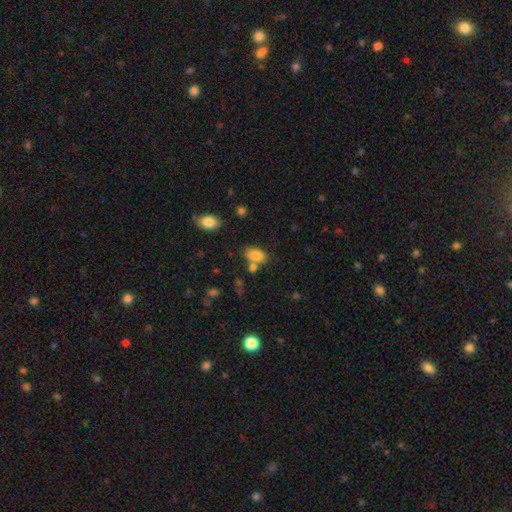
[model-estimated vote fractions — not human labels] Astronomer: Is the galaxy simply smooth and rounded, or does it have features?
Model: smooth — 83%.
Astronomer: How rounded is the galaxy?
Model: in between — 88%.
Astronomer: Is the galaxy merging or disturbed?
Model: none — 61%.